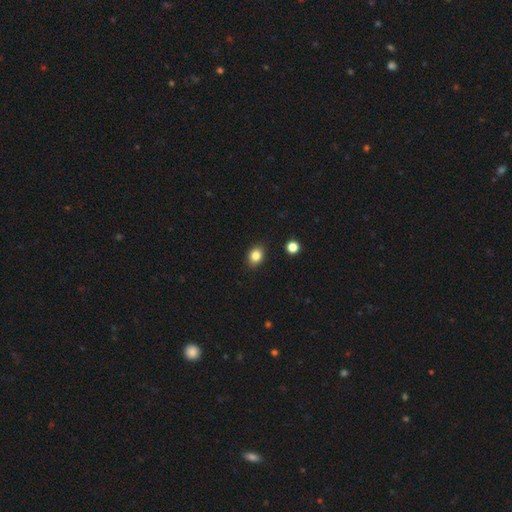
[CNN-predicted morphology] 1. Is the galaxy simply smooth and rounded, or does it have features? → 83% smooth, 10% star or artifact, 6% featured or disk.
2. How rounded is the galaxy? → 62% in between, 37% round, 1% cigar-shaped.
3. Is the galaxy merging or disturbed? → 87% none, 9% minor disturbance, 2% major disturbance, 2% merger.